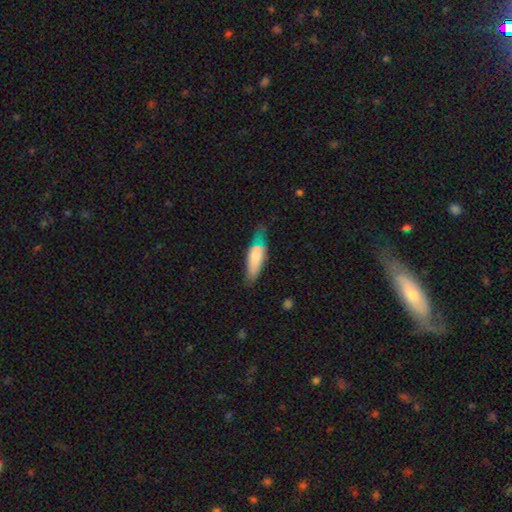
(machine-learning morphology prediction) Q: Smooth or featured?
A: smooth (71%); runner-up: featured or disk (22%)
Q: How rounded?
A: in between (56%); runner-up: cigar-shaped (42%)
Q: Merging?
A: none (58%); runner-up: minor disturbance (30%)